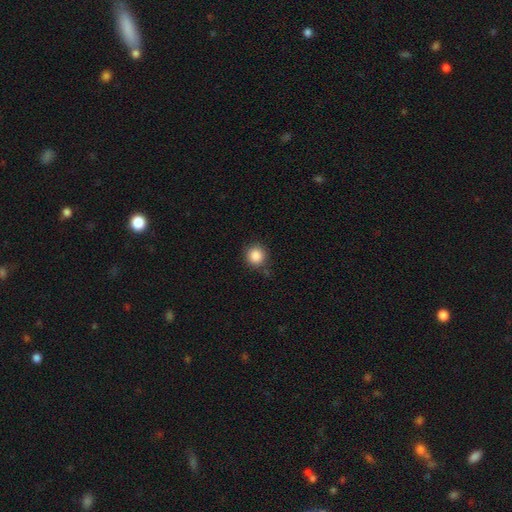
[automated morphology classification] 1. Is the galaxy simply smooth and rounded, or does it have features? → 87% smooth, 10% star or artifact, 4% featured or disk.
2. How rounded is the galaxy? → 93% round, 6% in between, 1% cigar-shaped.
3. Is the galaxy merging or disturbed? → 84% none, 11% minor disturbance, 3% major disturbance, 2% merger.